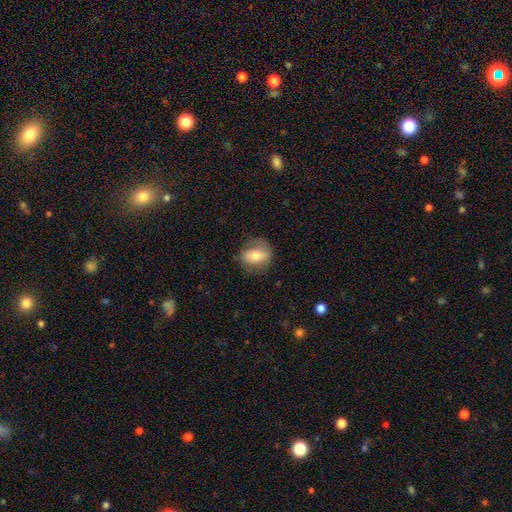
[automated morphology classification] This appears to be a smooth galaxy with no disk features (60%) that is round (54%). Merging: none (70%).